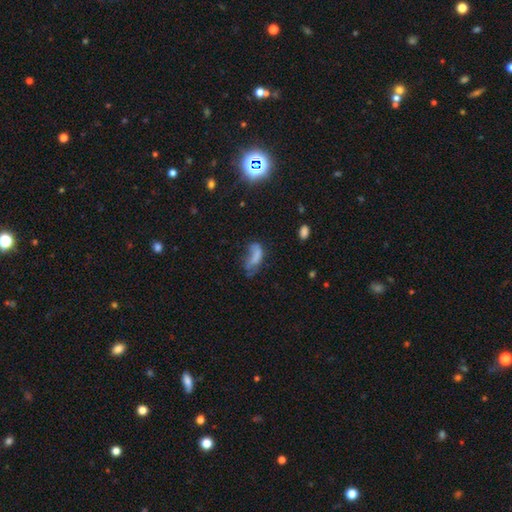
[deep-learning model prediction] Q: Smooth or featured?
A: smooth (57%); runner-up: featured or disk (28%)
Q: How rounded?
A: in between (81%); runner-up: cigar-shaped (14%)
Q: Merging?
A: major disturbance (42%); runner-up: none (24%)